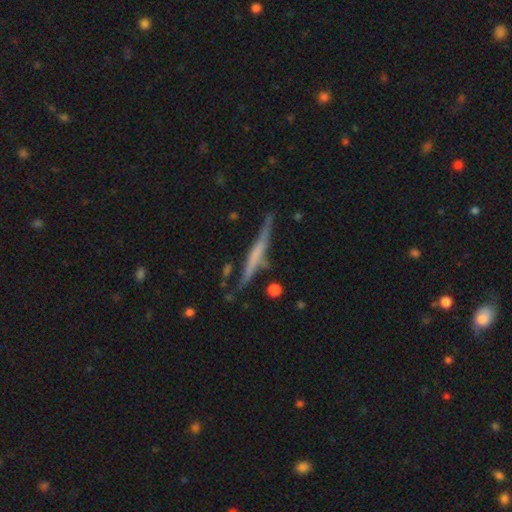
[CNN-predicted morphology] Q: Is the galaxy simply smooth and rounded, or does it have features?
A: featured or disk — 60%.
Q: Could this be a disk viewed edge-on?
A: yes — 96%.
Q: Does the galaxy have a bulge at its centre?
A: none — 57%.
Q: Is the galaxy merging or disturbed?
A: none — 78%.